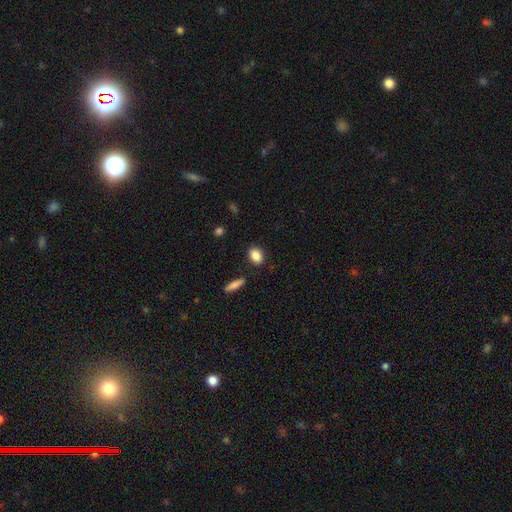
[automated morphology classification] The model was most divided on "how rounded": in between: 70%, round: 28%, cigar-shaped: 2%. More confident: smooth or featured — smooth (86%); merging — none (85%).